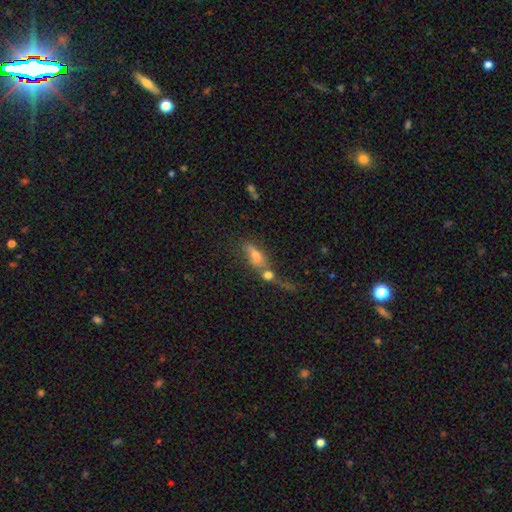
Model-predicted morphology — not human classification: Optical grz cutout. It shows a smooth galaxy with no disk features (63%) that is in between round and cigar-shaped (64%). Merging: merger (53%).